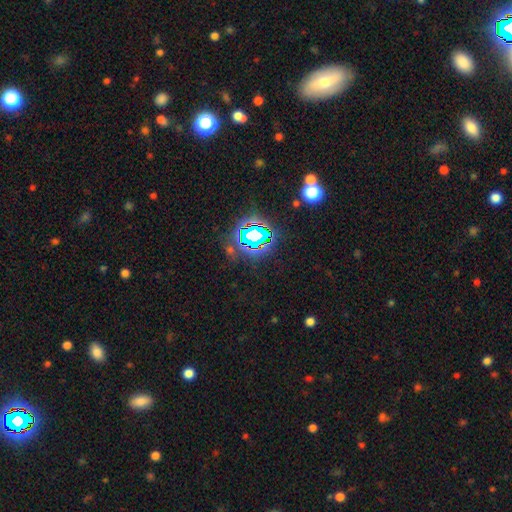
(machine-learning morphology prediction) Q: Smooth or featured?
A: star or artifact (79%); runner-up: smooth (12%)